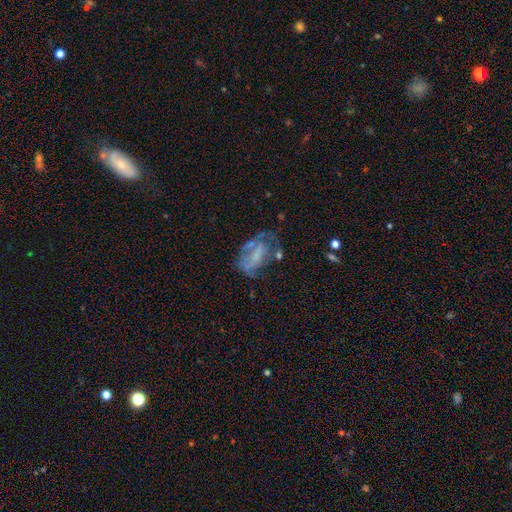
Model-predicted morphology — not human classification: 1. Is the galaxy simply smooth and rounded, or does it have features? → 55% featured or disk, 33% smooth, 12% star or artifact.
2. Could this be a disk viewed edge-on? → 95% no, 5% yes.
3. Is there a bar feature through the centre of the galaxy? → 57% no, 28% weak, 15% strong.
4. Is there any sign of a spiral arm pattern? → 59% no, 41% yes.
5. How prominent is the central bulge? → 57% none, 19% small, 16% moderate, 6% large, 2% dominant.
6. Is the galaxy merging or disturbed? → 35% major disturbance, 32% none, 24% minor disturbance, 8% merger.